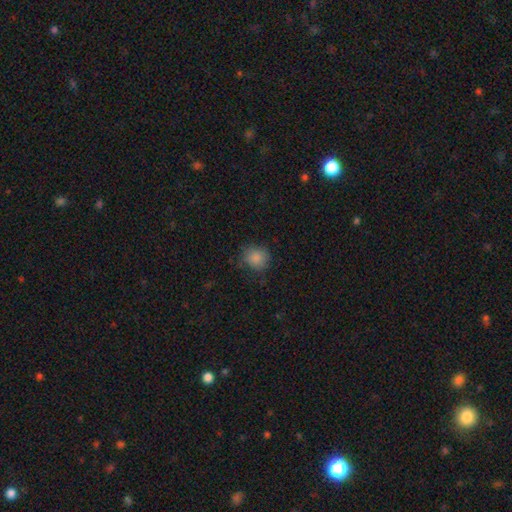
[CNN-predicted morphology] Overall: smooth (83%). How rounded: round (82%). Merging: none (80%).